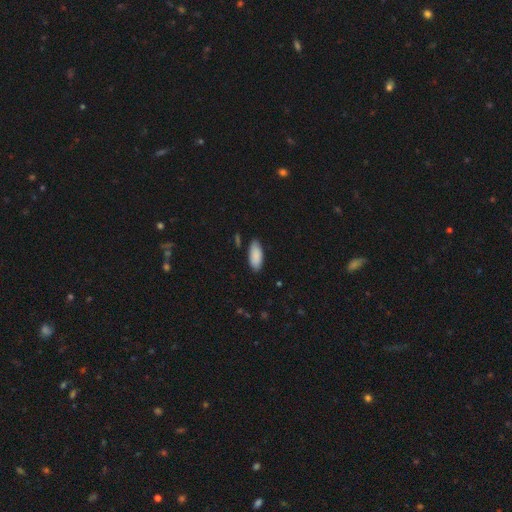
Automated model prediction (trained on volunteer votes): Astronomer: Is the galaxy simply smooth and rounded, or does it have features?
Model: smooth — 89%.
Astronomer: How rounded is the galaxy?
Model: in between — 87%.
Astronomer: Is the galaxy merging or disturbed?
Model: none — 84%.